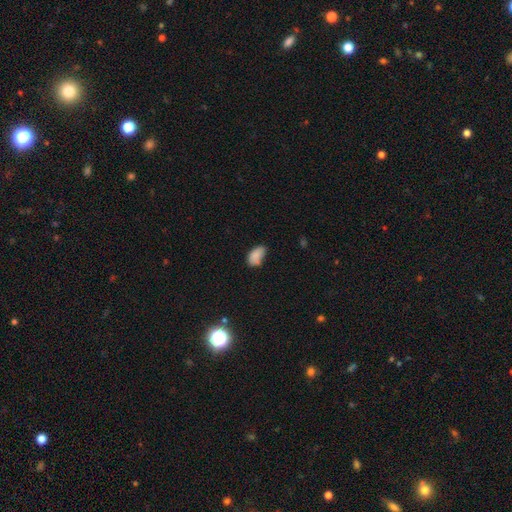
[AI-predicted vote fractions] Smooth or featured? smooth (85%)
How rounded? in between (92%)
Merging? none (54%)